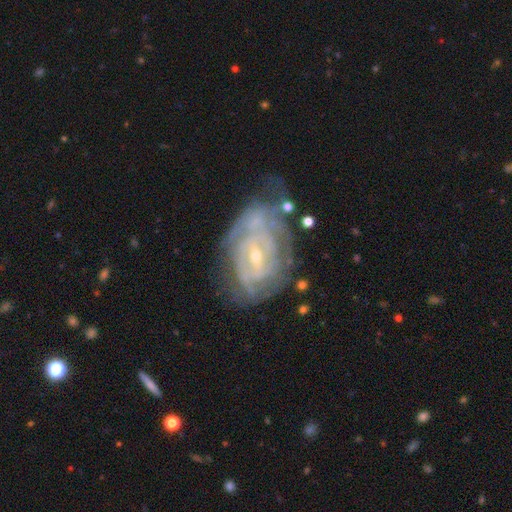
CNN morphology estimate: Smooth or featured?
  - featured or disk: 83% *
  - smooth: 11%
  - star or artifact: 7%
Edge-on disk?
  - no: 96% *
  - yes: 4%
Bar?
  - weak: 46% *
  - no: 37%
  - strong: 17%
Spiral arms?
  - yes: 82% *
  - no: 18%
Spiral winding?
  - tight: 69% *
  - medium: 24%
  - loose: 7%
Spiral arm count?
  - can't tell: 54% *
  - 2: 19%
  - 3: 11%
  - 4: 7%
  - 1: 4%
  - more than 4: 4%
Bulge size?
  - small: 69% *
  - moderate: 28%
  - none: 1%
  - large: 1%
  - dominant: 1%
Merging?
  - none: 46% *
  - minor disturbance: 27%
  - major disturbance: 20%
  - merger: 6%